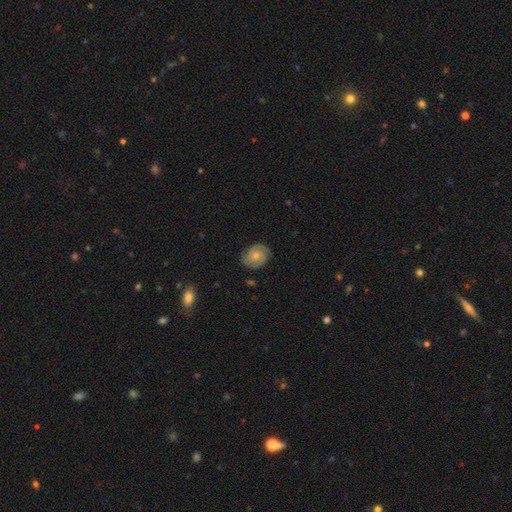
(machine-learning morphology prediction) This appears to be a featured or disk galaxy (65%) with no bar (65%), 2 (56%) tight (54%) spiral arms (93%) and a small central bulge (50%). Merging: none (79%).